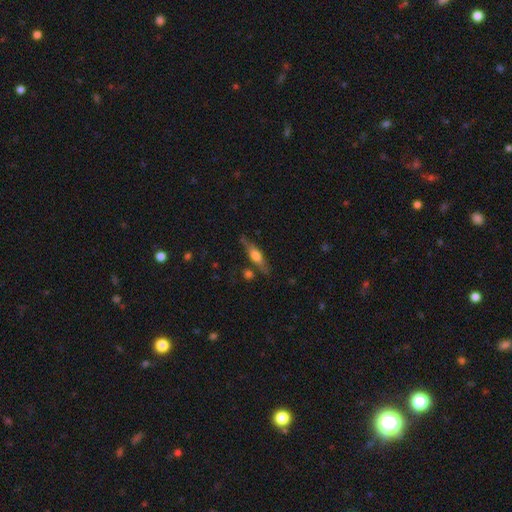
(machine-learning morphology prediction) Overall: featured or disk (47%; smooth 46%). Merging: none (74%).